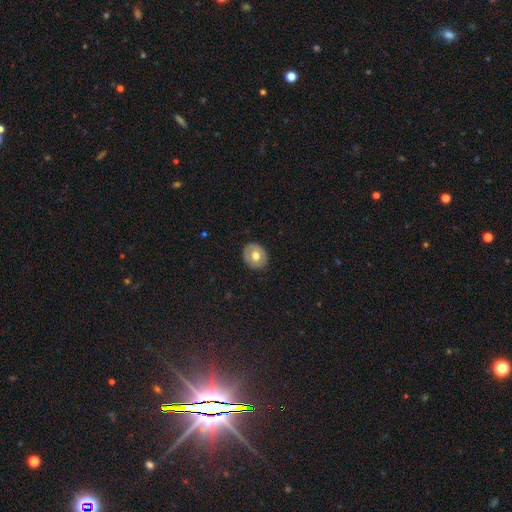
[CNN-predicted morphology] This is likely a smooth galaxy (60%). How rounded: likely round (65%). Merging: clearly none (84%).